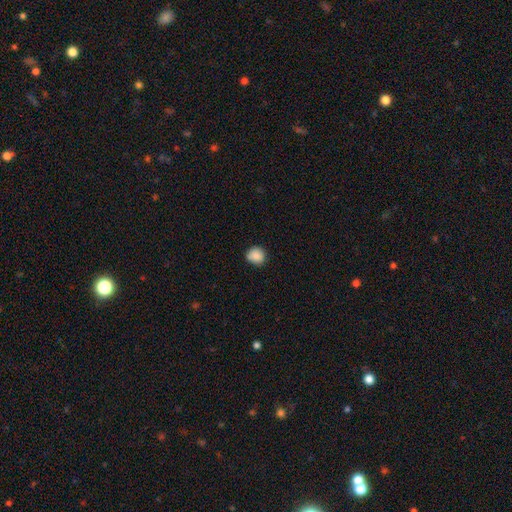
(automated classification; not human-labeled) Morphology: type=smooth (87%); roundness=round (86%); merging=none (81%).